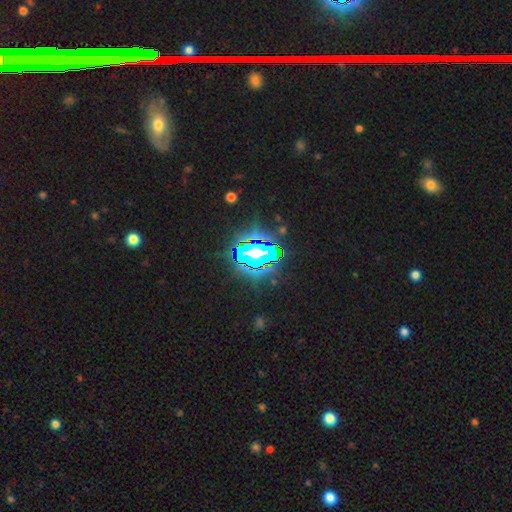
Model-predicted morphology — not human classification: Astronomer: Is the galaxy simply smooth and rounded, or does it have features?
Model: star or artifact — 77%.